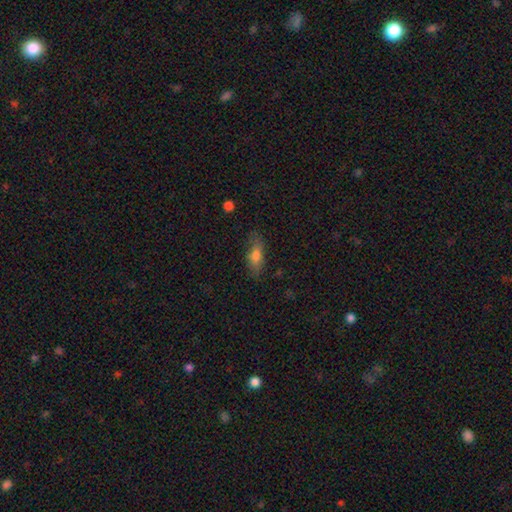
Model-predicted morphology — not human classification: Overall: smooth (72%). How rounded: in between (67%; cigar-shaped 30%). Merging: none (72%).